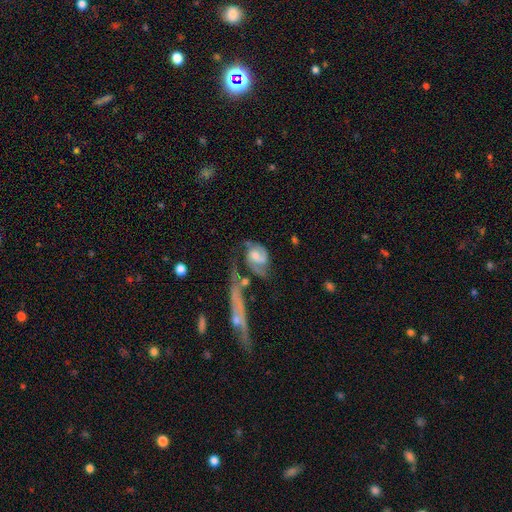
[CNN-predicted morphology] The model was most divided on "bar": no: 50%, weak: 39%, strong: 11%. Remaining: edge-on disk — no (96%); spiral arms — yes (92%); spiral arm count — 2 (78%); smooth or featured — featured or disk (74%); bulge size — moderate (54%); spiral winding — medium (46%); merging — none (35%).